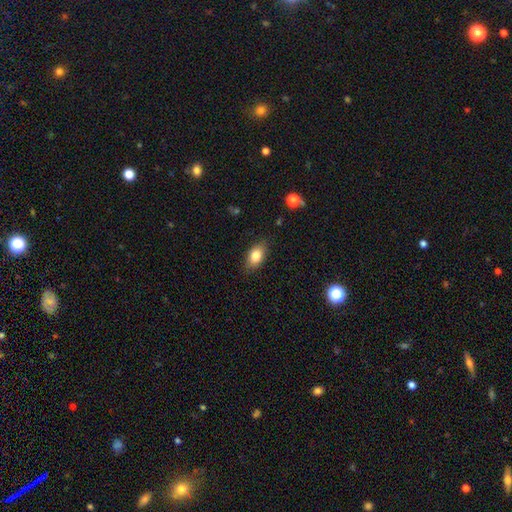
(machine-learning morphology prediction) smooth-or-featured: smooth: 82% | featured or disk: 10% | star or artifact: 8%
  how-rounded: in between: 86% | round: 11% | cigar-shaped: 3%
  merging: none: 84% | minor disturbance: 13% | major disturbance: 3% | merger: 1%